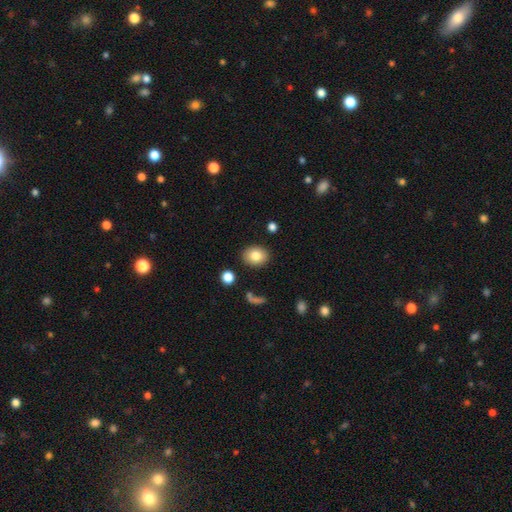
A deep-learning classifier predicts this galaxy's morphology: Smooth or featured?
  - smooth: 81% *
  - featured or disk: 10%
  - star or artifact: 9%
How rounded?
  - in between: 54% *
  - round: 45%
  - cigar-shaped: 1%
Merging?
  - none: 87% *
  - minor disturbance: 8%
  - major disturbance: 3%
  - merger: 2%